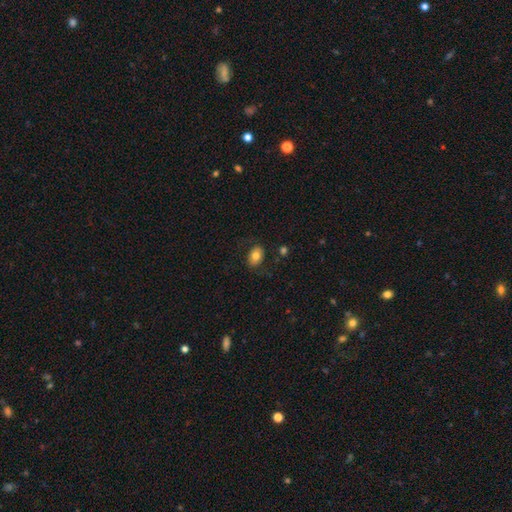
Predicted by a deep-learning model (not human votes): smooth_or_featured: smooth (p=0.77) [alt: featured or disk p=0.15]
how_rounded: in between (p=0.79) [alt: round p=0.20]
merging: none (p=0.81) [alt: minor disturbance p=0.12]